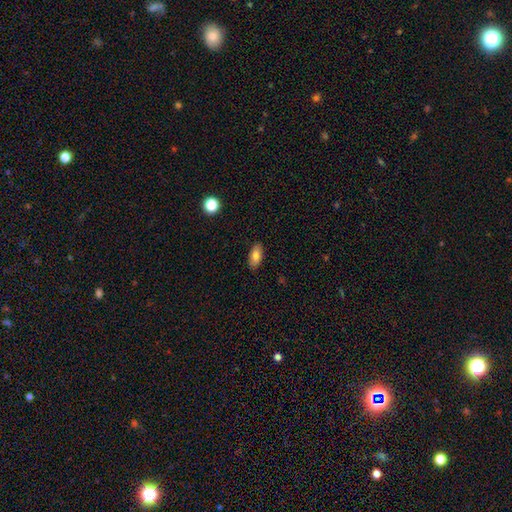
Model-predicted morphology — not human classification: Smooth or featured: smooth — 79% (featured or disk — 13%)
How rounded: in between — 90% (cigar-shaped — 7%)
Merging: none — 88% (minor disturbance — 9%)